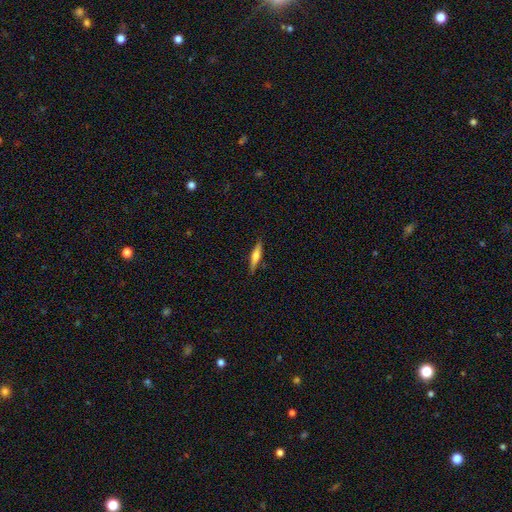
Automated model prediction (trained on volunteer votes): Smooth or featured?
  - smooth: 51% *
  - featured or disk: 43%
  - star or artifact: 6%
How rounded?
  - cigar-shaped: 83% *
  - in between: 15%
  - round: 2%
Merging?
  - none: 88% *
  - minor disturbance: 9%
  - major disturbance: 2%
  - merger: 1%